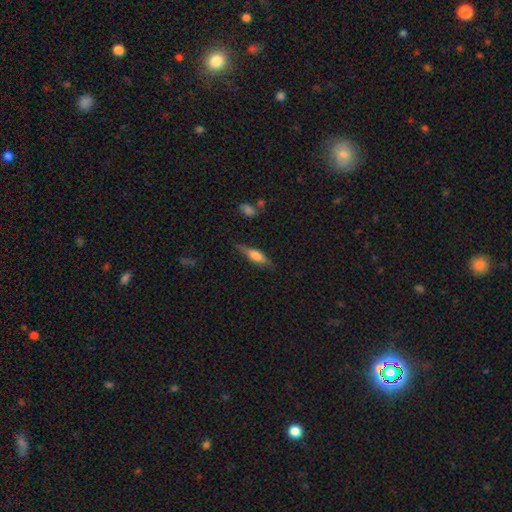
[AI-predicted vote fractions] Smooth or featured: smooth — 55% (featured or disk — 37%)
How rounded: cigar-shaped — 61% (in between — 37%)
Merging: none — 75% (minor disturbance — 18%)